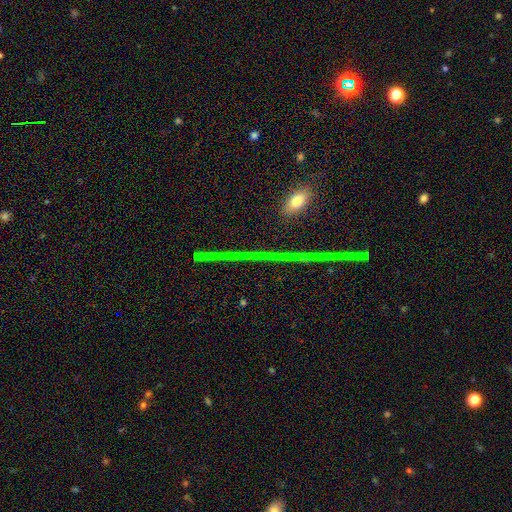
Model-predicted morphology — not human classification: This is possibly a star or artifact rather than a galaxy (53%).